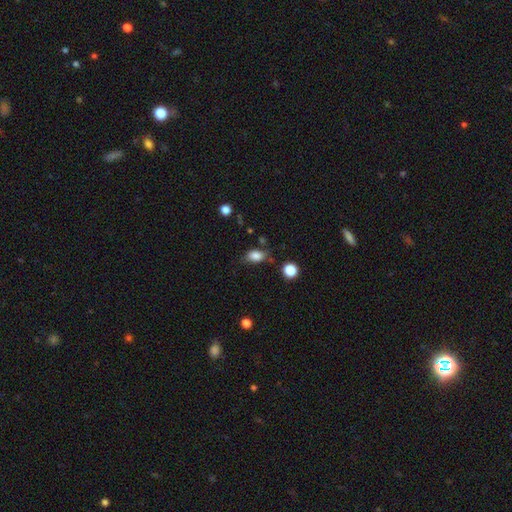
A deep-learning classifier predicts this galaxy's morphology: Smooth or featured? Predicted: smooth (p=0.84). How rounded? Predicted: in between (p=0.83). Merging? Predicted: none (p=0.72).